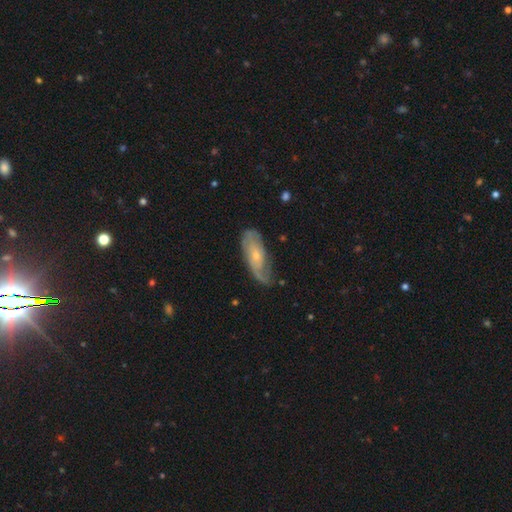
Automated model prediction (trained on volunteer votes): Smooth or featured? featured or disk (67%)
Edge-on disk? no (89%)
Bar? no (72%)
Spiral arms? yes (85%)
Spiral winding? tight (39%)
Spiral arm count? 2 (50%)
Bulge size? small (68%)
Merging? none (60%)